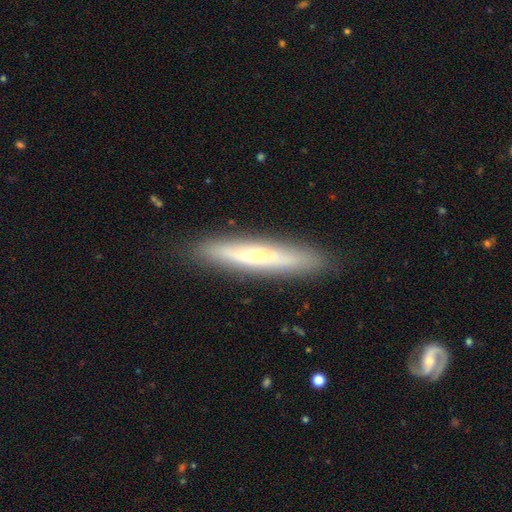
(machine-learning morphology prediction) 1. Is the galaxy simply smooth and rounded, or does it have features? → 49% featured or disk, 45% smooth, 7% star or artifact.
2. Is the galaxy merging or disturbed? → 88% none, 9% minor disturbance, 2% major disturbance, 1% merger.